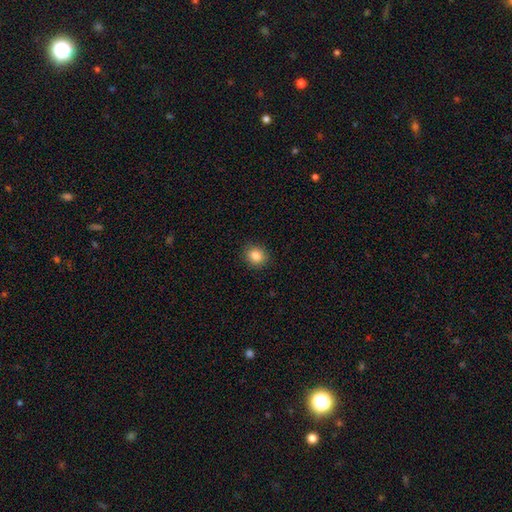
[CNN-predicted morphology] This is clearly a smooth galaxy (85%). How rounded: likely round (74%). Merging: clearly none (90%).